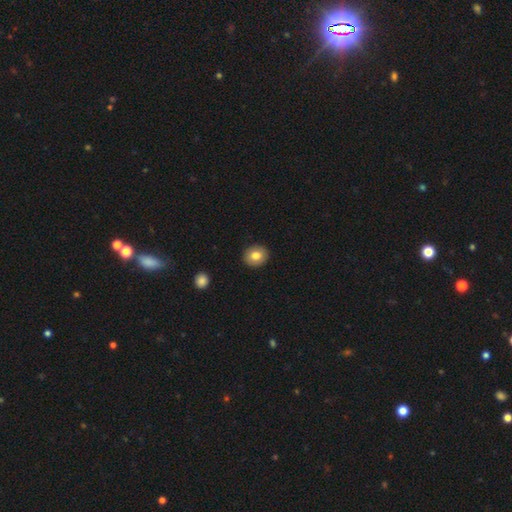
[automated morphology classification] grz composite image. It shows a smooth galaxy with no disk features (80%) that is round (76%). Merging: none (91%).